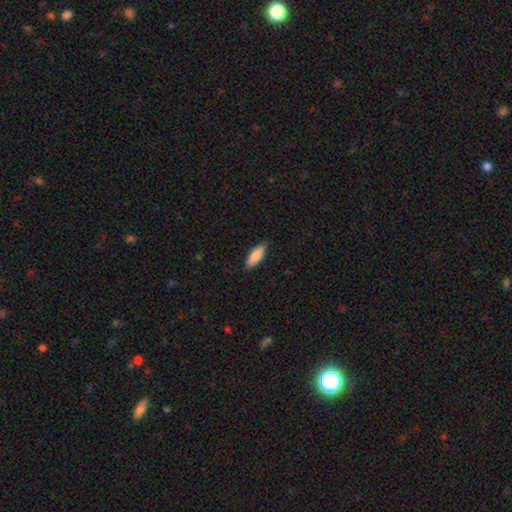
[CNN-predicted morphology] smooth-or-featured: smooth: 85% | featured or disk: 9% | star or artifact: 6%
  how-rounded: in between: 60% | cigar-shaped: 39% | round: 2%
  merging: none: 86% | minor disturbance: 11% | major disturbance: 2% | merger: 1%